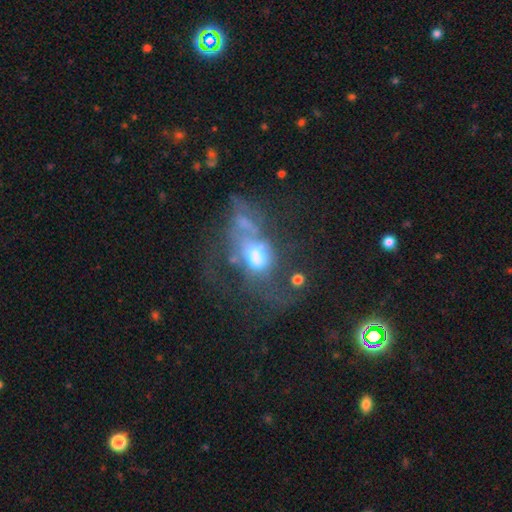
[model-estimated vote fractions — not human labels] Q: Smooth or featured?
A: featured or disk (52%); runner-up: smooth (32%)
Q: Edge-on disk?
A: no (93%); runner-up: yes (7%)
Q: Merging?
A: major disturbance (45%); runner-up: merger (25%)